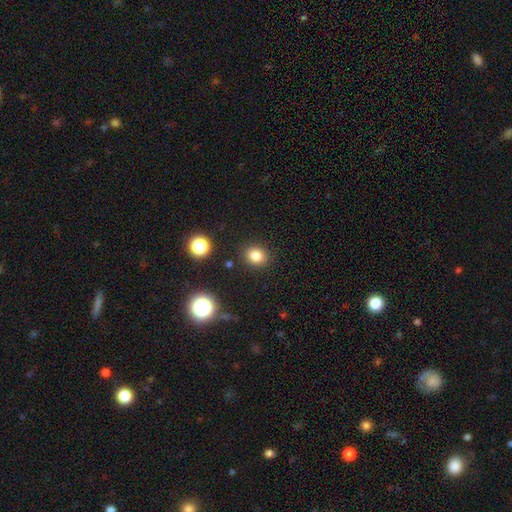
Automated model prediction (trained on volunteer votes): Smooth or featured? smooth (81%)
How rounded? round (72%)
Merging? none (89%)